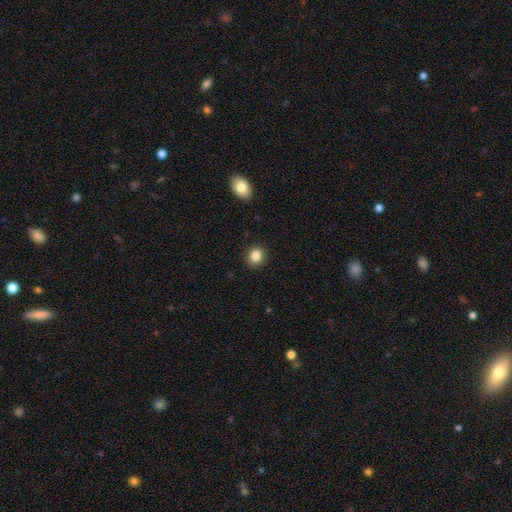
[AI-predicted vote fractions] smooth-or-featured: smooth: 85% | star or artifact: 10% | featured or disk: 5%
  how-rounded: round: 86% | in between: 14% | cigar-shaped: 1%
  merging: none: 91% | minor disturbance: 6% | major disturbance: 2% | merger: 1%